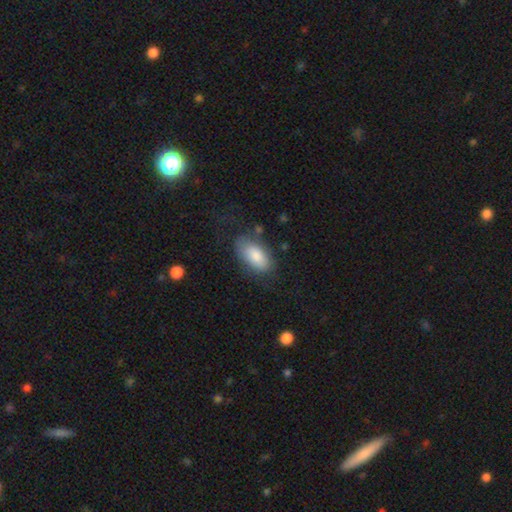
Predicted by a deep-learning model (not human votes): A smooth galaxy with no disk features (82%) that is in between round and cigar-shaped (93%). Merging: none (66%).